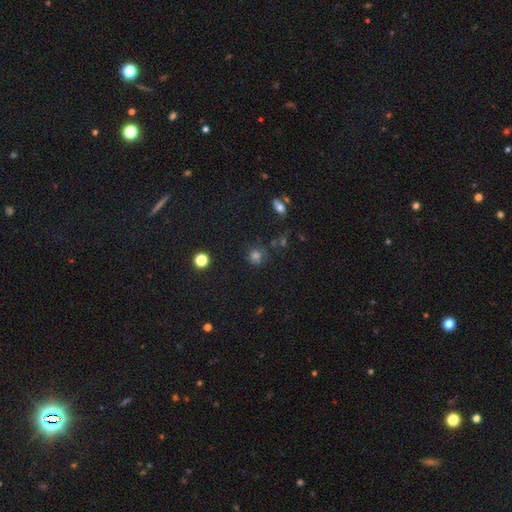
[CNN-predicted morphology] smooth-or-featured: smooth: 68% | star or artifact: 22% | featured or disk: 10%
  how-rounded: round: 84% | in between: 15% | cigar-shaped: 1%
  merging: none: 69% | minor disturbance: 17% | major disturbance: 9% | merger: 5%